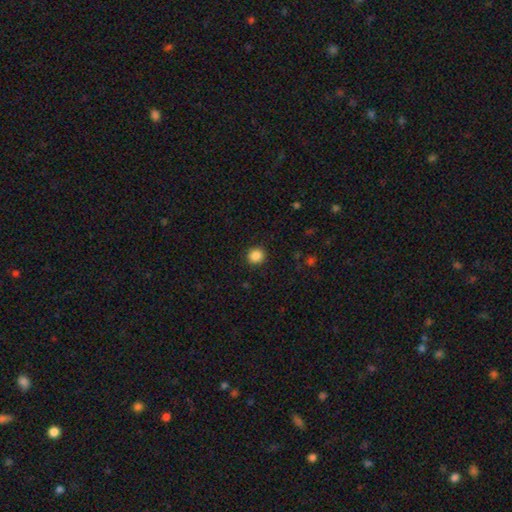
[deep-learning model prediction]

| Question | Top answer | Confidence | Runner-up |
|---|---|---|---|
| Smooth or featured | smooth | 87% | star or artifact (10%) |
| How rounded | round | 90% | in between (9%) |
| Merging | none | 91% | minor disturbance (6%) |